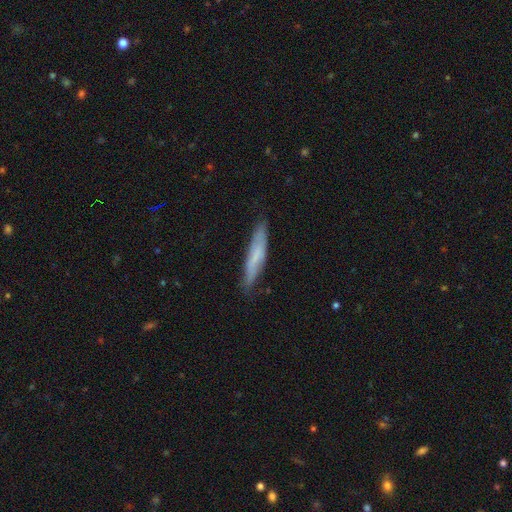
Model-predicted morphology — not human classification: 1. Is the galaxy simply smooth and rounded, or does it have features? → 58% smooth, 35% featured or disk, 7% star or artifact.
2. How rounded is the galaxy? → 88% cigar-shaped, 11% in between, 1% round.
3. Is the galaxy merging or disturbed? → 80% none, 16% minor disturbance, 3% major disturbance, 1% merger.